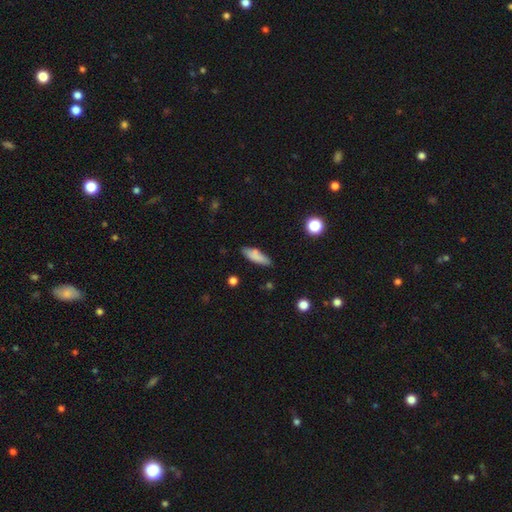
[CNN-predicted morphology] A smooth galaxy with no disk features (82%) that is in between round and cigar-shaped (50%). Merging: none (79%).